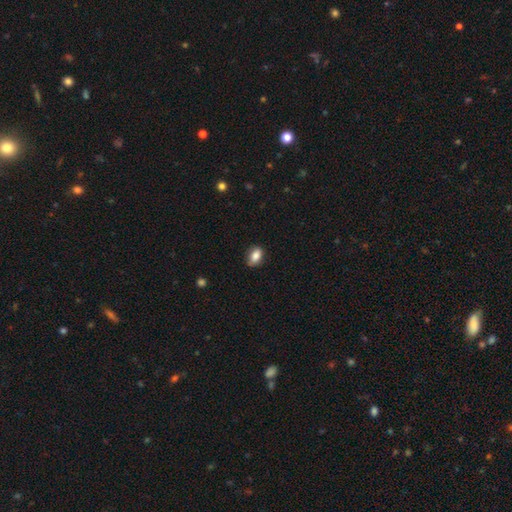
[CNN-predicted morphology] This appears to be a smooth galaxy with no disk features (83%) that is in between round and cigar-shaped (86%). Merging: none (79%).